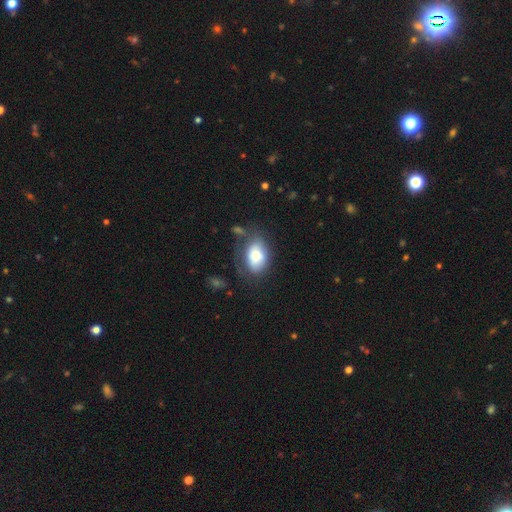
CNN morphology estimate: A smooth galaxy with no disk features (75%) that is in between round and cigar-shaped (85%). Merging: none (55%).